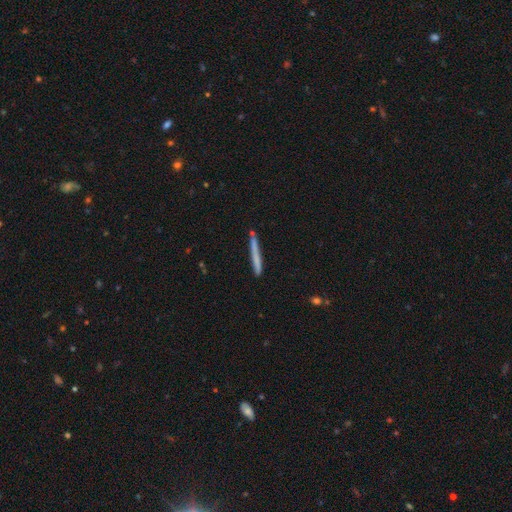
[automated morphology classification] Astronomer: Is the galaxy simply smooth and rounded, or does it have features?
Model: smooth — 63%.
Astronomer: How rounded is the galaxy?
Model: cigar-shaped — 97%.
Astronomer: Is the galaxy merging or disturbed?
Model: none — 85%.